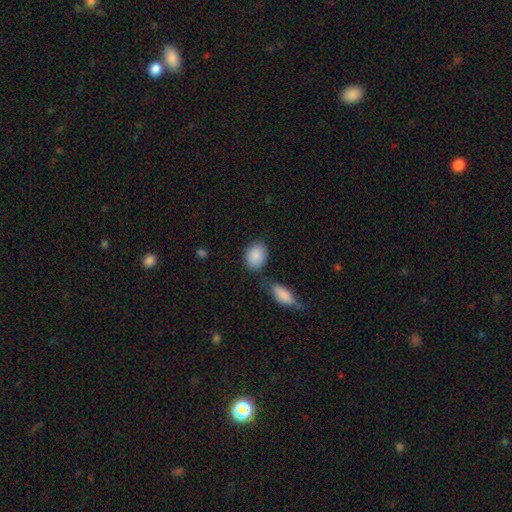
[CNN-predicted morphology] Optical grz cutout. It shows a smooth galaxy with no disk features (88%) that is in between round and cigar-shaped (70%). Merging: none (70%).